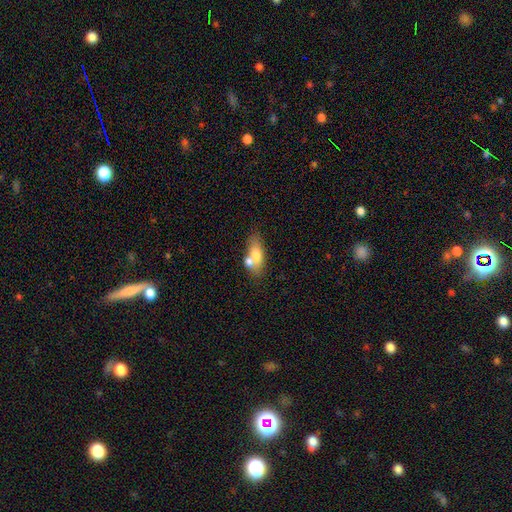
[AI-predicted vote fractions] This is likely a smooth galaxy (67%). How rounded: likely in between (77%). Merging: possibly none (48%).